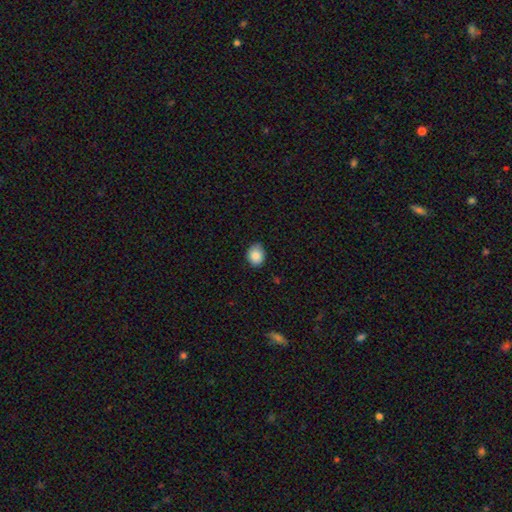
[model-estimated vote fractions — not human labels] Smooth or featured? Predicted: smooth (p=0.86). How rounded? Predicted: round (p=0.53). Merging? Predicted: none (p=0.79).